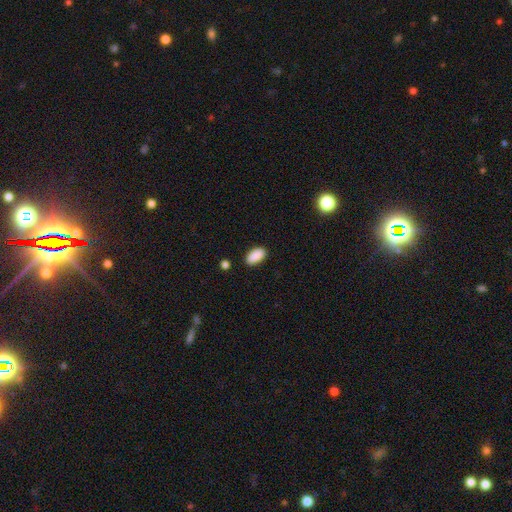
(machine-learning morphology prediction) Smooth or featured? Predicted: smooth (p=0.89). How rounded? Predicted: in between (p=0.94). Merging? Predicted: none (p=0.85).